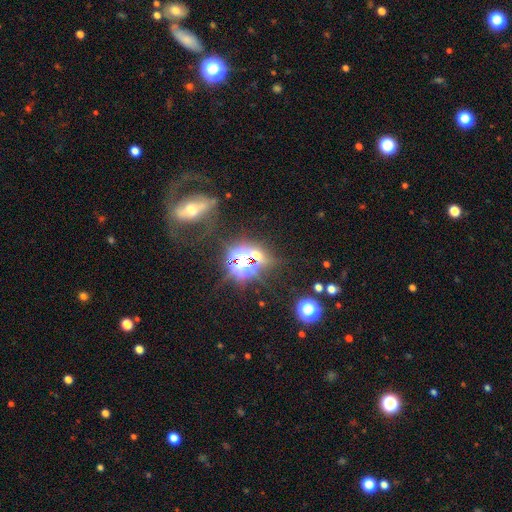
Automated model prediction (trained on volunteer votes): This is likely a star or artifact rather than a galaxy (72%).